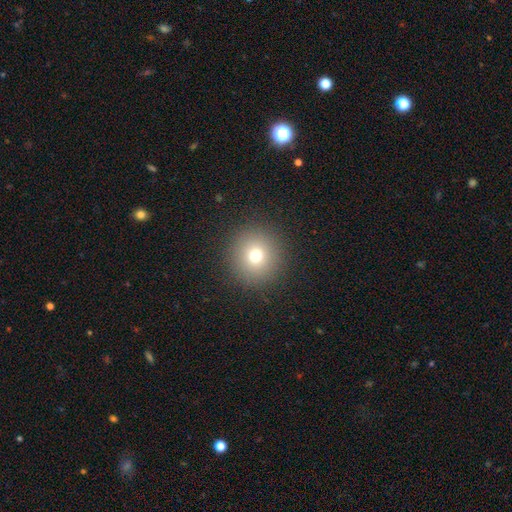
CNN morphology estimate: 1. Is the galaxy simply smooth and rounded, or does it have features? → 73% smooth, 16% star or artifact, 11% featured or disk.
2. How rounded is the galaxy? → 92% round, 7% in between, 1% cigar-shaped.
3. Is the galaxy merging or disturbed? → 91% none, 6% minor disturbance, 3% major disturbance, 1% merger.